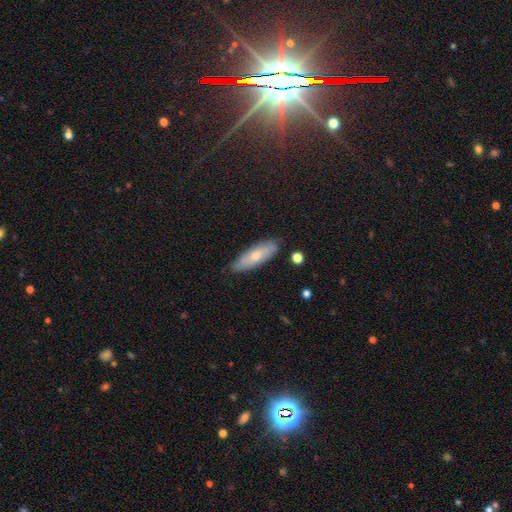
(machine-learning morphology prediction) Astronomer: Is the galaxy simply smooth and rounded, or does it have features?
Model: smooth — 56% (runner-up: featured or disk, 37%).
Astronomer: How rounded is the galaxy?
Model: in between — 57% (runner-up: cigar-shaped, 41%).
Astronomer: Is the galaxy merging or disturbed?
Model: none — 81%.